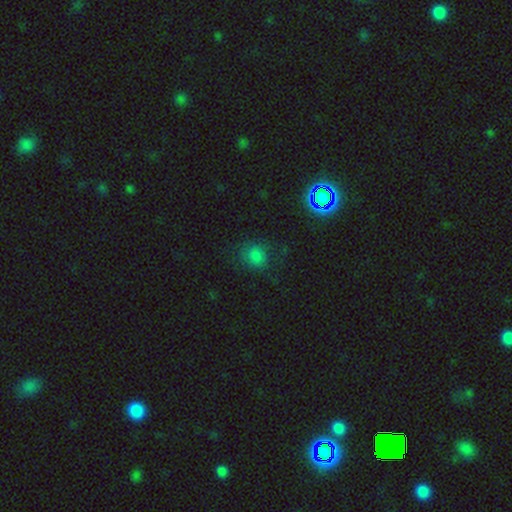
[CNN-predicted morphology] This appears to be a smooth galaxy with no disk features (73%) that is round (74%). Merging: none (74%).